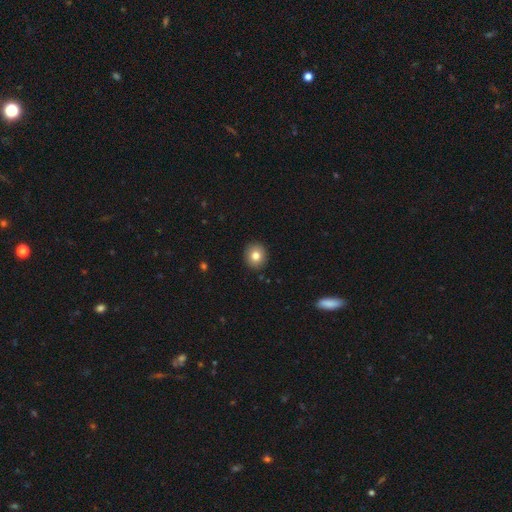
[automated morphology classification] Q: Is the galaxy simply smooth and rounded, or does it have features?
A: smooth — 81%.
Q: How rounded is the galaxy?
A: round — 85%.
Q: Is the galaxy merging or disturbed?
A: none — 91%.